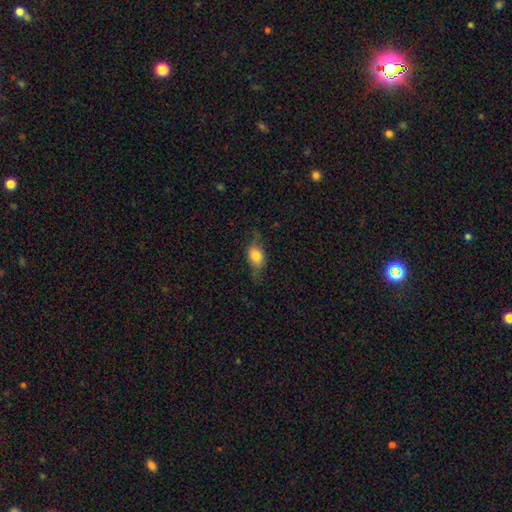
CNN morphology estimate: Overall: smooth (63%; featured or disk 28%). How rounded: in between (66%; round 28%). Merging: none (59%; minor disturbance 27%).